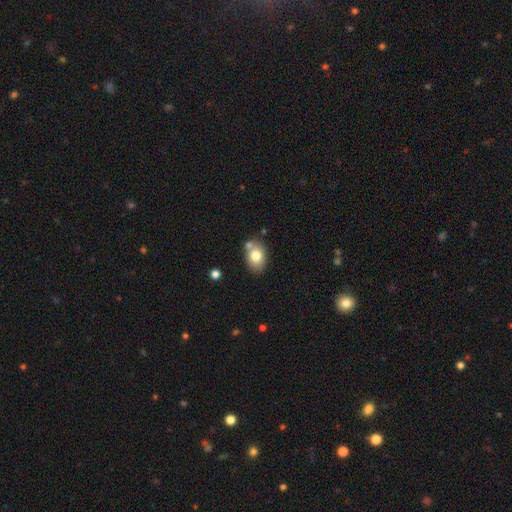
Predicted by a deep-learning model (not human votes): This appears to be a smooth galaxy with no disk features (78%) that is in between round and cigar-shaped (74%). Merging: none (65%).